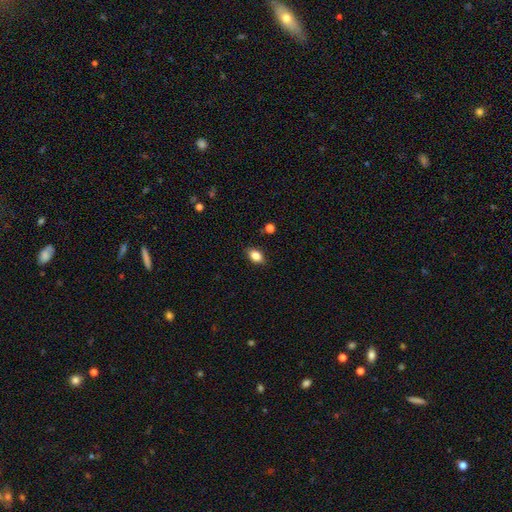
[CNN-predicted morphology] A smooth galaxy with no disk features (83%) that is in between round and cigar-shaped (81%).

Vote fractions:
- Smooth or featured? smooth: 83% / star or artifact: 9% / featured or disk: 7%
- How rounded? in between: 81% / round: 17% / cigar-shaped: 2%
- Merging? none: 87% / minor disturbance: 10% / major disturbance: 2% / merger: 1%